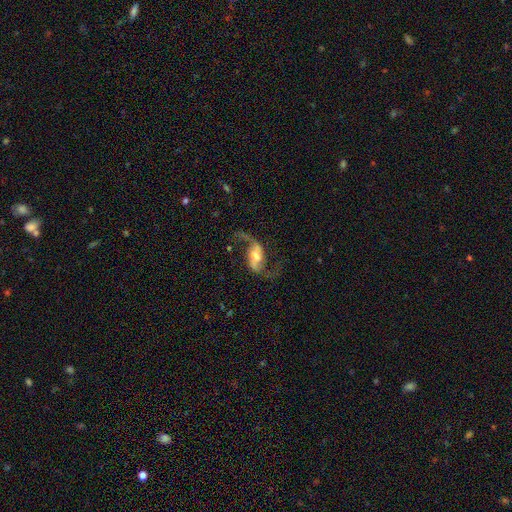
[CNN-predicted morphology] Overall: featured or disk (89%). Edge-on disk: no (97%). Bar: weak (47%; strong 32%). Spiral arms: yes (96%). Spiral arm count: 2 (93%). Spiral winding: loose (80%). Bulge size: moderate (51%; small 27%). Merging: none (73%).